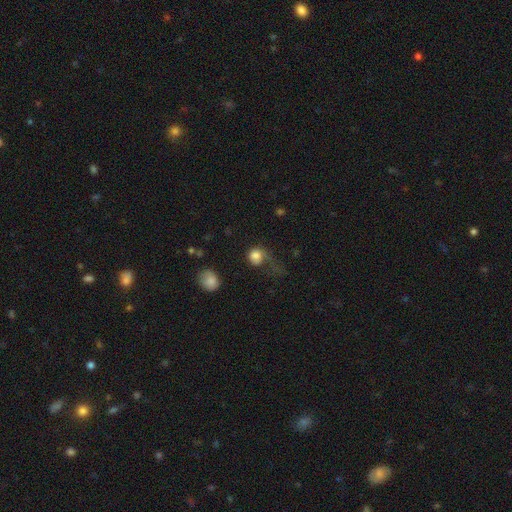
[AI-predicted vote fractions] Morphology: type=smooth (76%); roundness=round (77%); merging=major disturbance (48%).